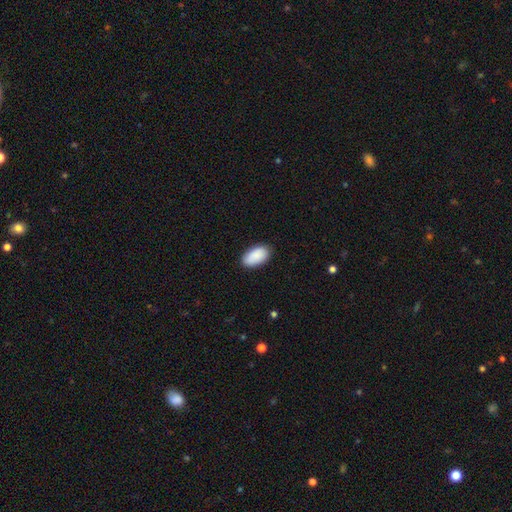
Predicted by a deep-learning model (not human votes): Smooth or featured? Predicted: smooth (p=0.90). How rounded? Predicted: in between (p=0.95). Merging? Predicted: none (p=0.86).